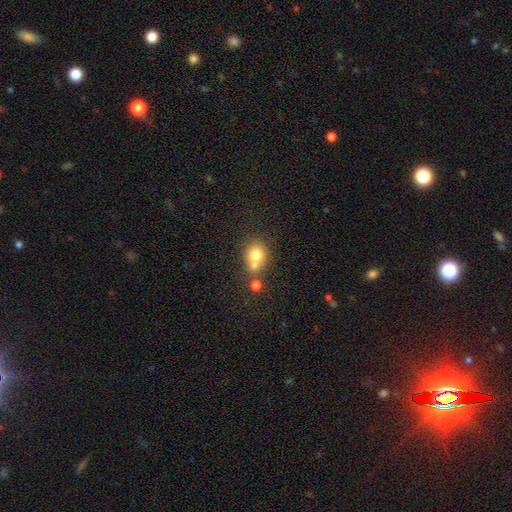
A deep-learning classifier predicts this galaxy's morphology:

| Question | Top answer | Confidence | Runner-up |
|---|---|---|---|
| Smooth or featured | smooth | 75% | featured or disk (15%) |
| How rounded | round | 66% | in between (33%) |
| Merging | merger | 44% | none (40%) |